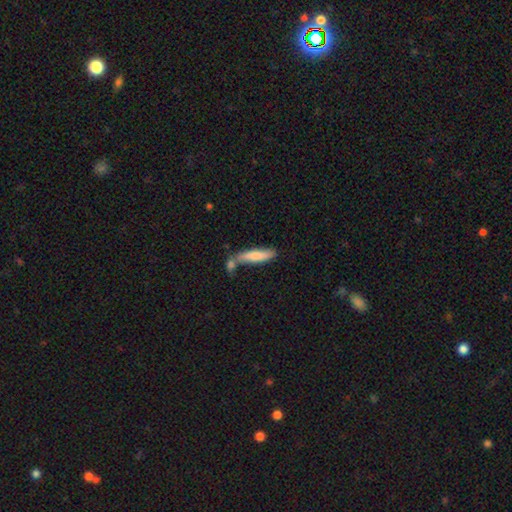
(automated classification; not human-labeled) A smooth galaxy with no disk features (76%) that is cigar-shaped (79%). Merging: none (54%).